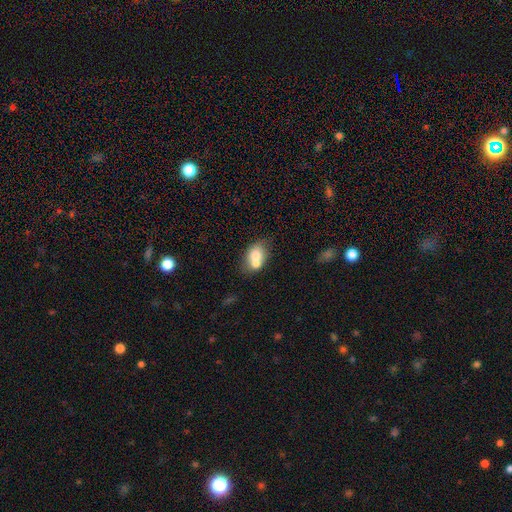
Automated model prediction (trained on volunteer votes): Q: Smooth or featured?
A: smooth (70%); runner-up: featured or disk (21%)
Q: How rounded?
A: in between (73%); runner-up: round (25%)
Q: Merging?
A: merger (49%); runner-up: none (36%)